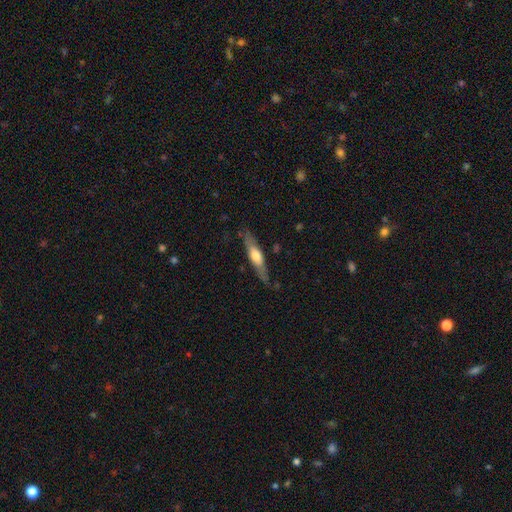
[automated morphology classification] Smooth or featured: featured or disk — 50% (smooth — 44%)
Edge-on disk: yes — 85% (no — 15%)
Merging: none — 79% (minor disturbance — 16%)